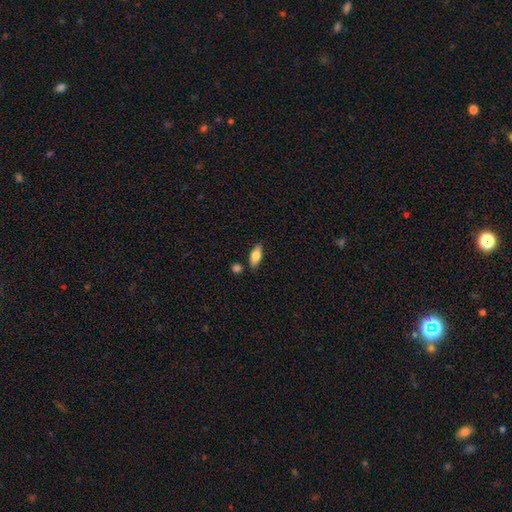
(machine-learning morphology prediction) smooth 74%, featured or disk 19%, star or artifact 7%. Down the decision tree: how rounded — in between (80%); merging — none (81%).